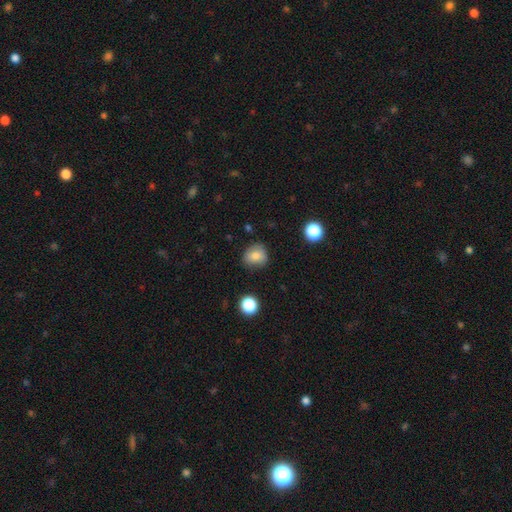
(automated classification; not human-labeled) This is likely a smooth galaxy (79%). How rounded: likely round (68%). Merging: likely none (73%).